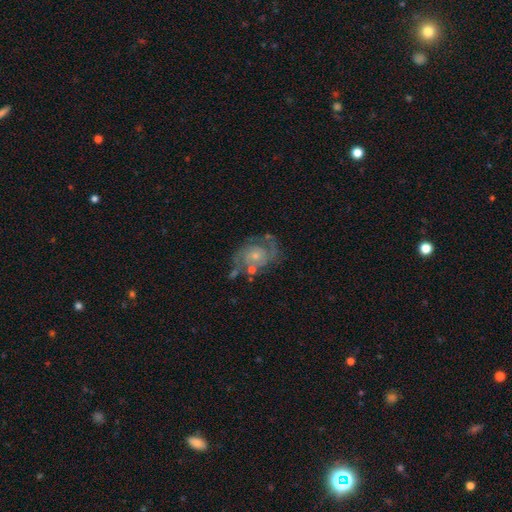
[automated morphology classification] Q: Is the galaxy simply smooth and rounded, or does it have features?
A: featured or disk — 82%.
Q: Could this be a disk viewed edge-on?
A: no — 98%.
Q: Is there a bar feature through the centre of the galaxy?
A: no — 74%.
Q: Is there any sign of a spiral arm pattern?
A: yes — 92%.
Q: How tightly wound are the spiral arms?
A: medium — 44%.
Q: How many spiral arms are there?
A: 2 — 72%.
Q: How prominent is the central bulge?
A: small — 63%.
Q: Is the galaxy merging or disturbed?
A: none — 60%.